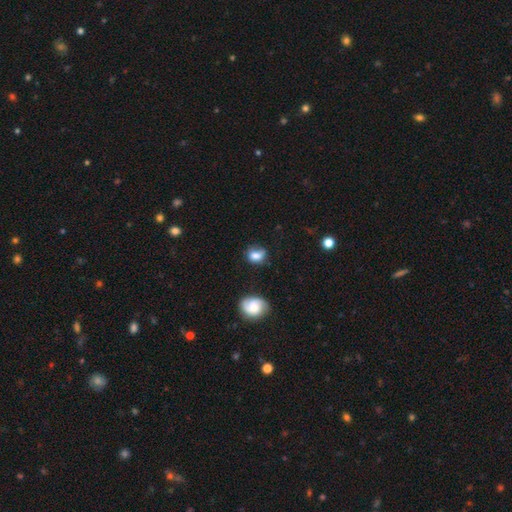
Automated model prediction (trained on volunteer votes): smooth_or_featured: smooth (p=0.76) [alt: featured or disk p=0.15]
how_rounded: round (p=0.52) [alt: in between p=0.47]
merging: none (p=0.53) [alt: minor disturbance p=0.30]